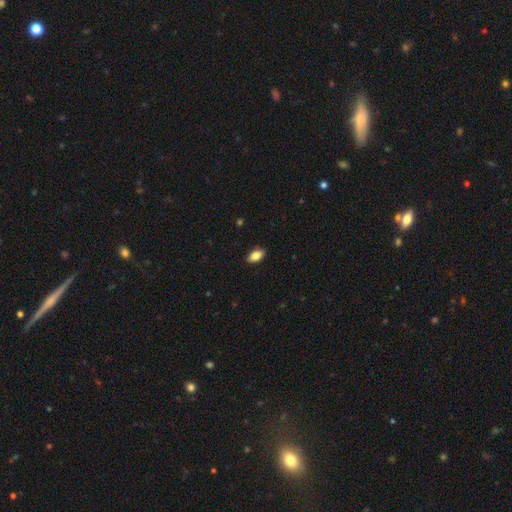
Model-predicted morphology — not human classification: Smooth or featured: smooth — 84% (featured or disk — 8%)
How rounded: in between — 91% (cigar-shaped — 5%)
Merging: none — 88% (minor disturbance — 9%)